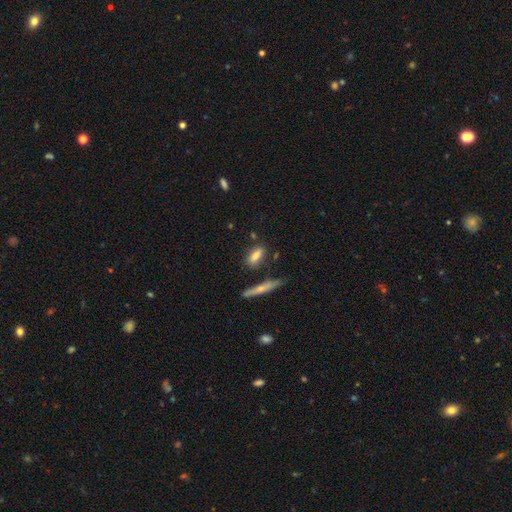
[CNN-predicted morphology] Smooth or featured: smooth — 75% (featured or disk — 17%)
How rounded: in between — 61% (cigar-shaped — 34%)
Merging: none — 74% (minor disturbance — 16%)